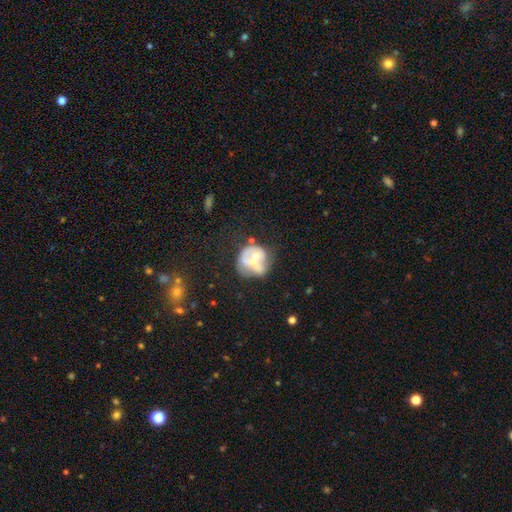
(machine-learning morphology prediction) Smooth or featured? Predicted: featured or disk (p=0.55). Edge-on disk? Predicted: no (p=0.98). Bar? Predicted: no (p=0.83). Spiral arms? Predicted: no (p=0.81). Bulge size? Predicted: moderate (p=0.56). Merging? Predicted: merger (p=0.47).